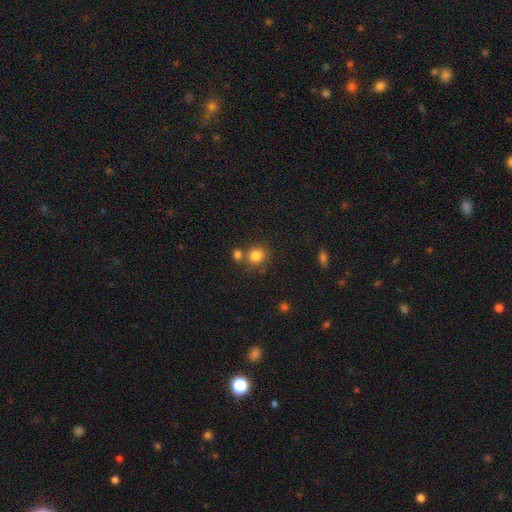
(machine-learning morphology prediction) The model was most divided on "merging": none: 64%, merger: 22%, minor disturbance: 10%, major disturbance: 3%. More confident: smooth or featured — smooth (83%); how rounded — round (82%).